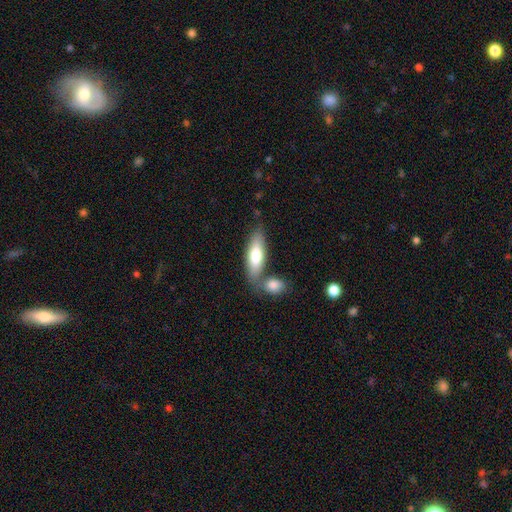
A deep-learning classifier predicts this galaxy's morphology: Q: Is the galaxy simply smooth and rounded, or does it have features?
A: smooth — 73%.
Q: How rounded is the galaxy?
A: in between — 59%.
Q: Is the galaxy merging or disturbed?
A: none — 56%.